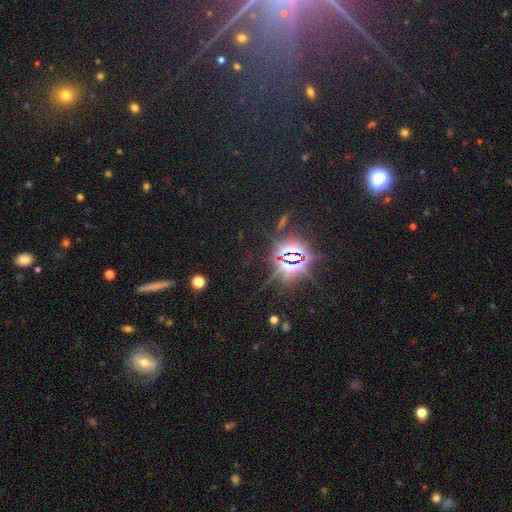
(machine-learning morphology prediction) smooth_or_featured: star or artifact (p=0.78) [alt: smooth p=0.14]